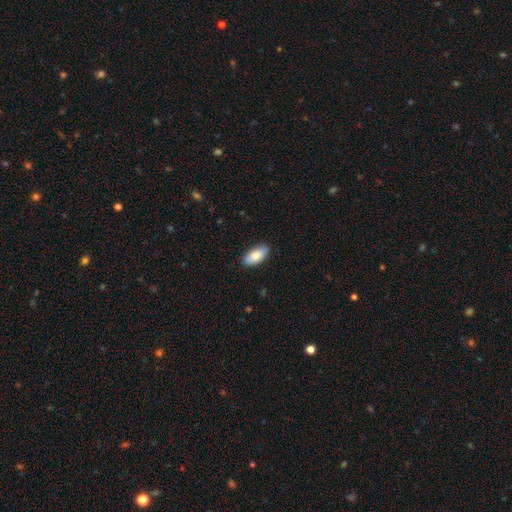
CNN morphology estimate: smooth_or_featured: smooth (p=0.79) [alt: featured or disk p=0.15]
how_rounded: in between (p=0.91) [alt: cigar-shaped p=0.07]
merging: none (p=0.88) [alt: minor disturbance p=0.09]